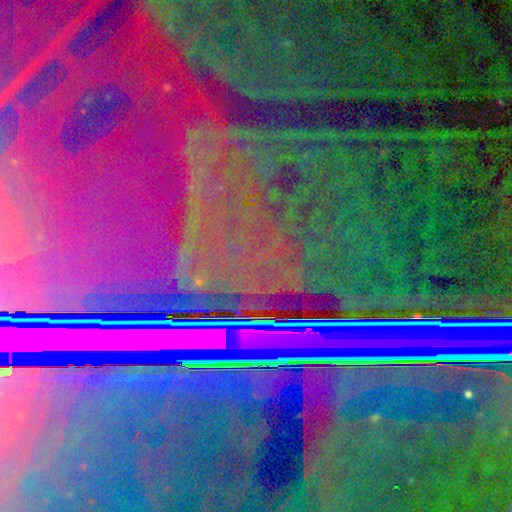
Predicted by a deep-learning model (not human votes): The model was most divided on "smooth or featured": star or artifact: 89%, featured or disk: 7%, smooth: 5%.